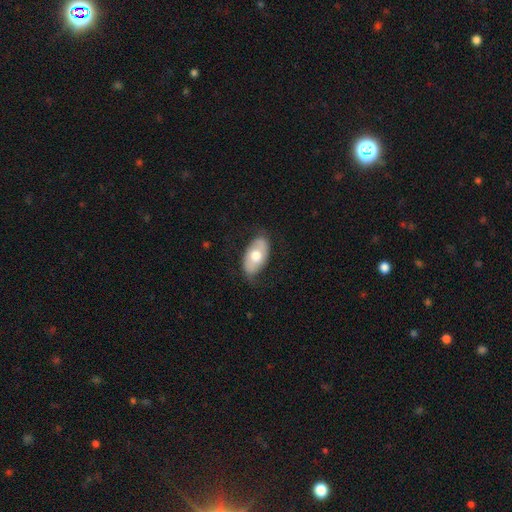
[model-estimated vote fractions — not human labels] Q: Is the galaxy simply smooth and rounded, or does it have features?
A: smooth — 60%.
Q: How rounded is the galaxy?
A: in between — 94%.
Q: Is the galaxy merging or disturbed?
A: none — 70%.